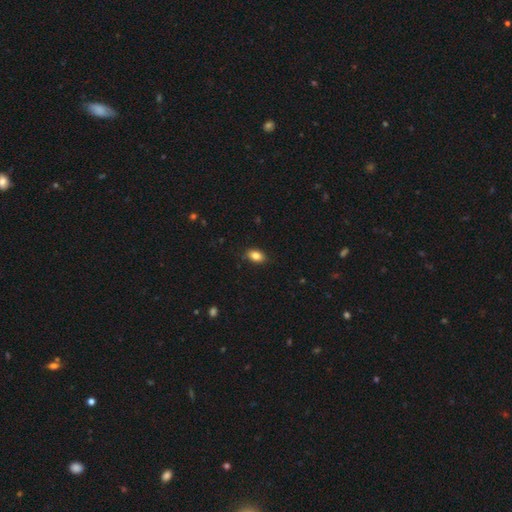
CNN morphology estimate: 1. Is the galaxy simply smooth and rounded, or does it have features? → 85% smooth, 9% star or artifact, 7% featured or disk.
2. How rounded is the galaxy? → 87% in between, 11% round, 2% cigar-shaped.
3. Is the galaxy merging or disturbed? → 85% none, 11% minor disturbance, 2% major disturbance, 1% merger.